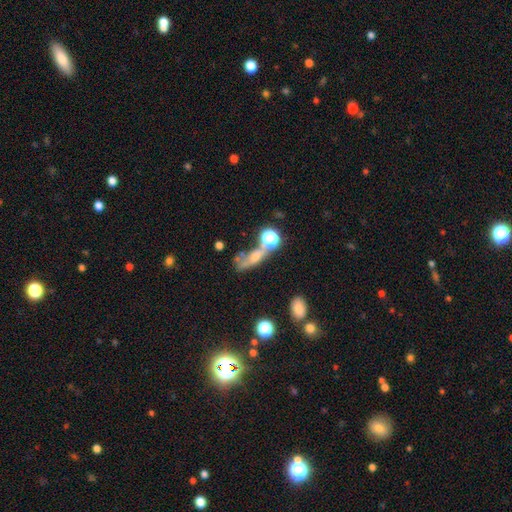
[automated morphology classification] This is possibly a smooth galaxy (51%). How rounded: possibly in between (48%). Merging: marginally none (32%).